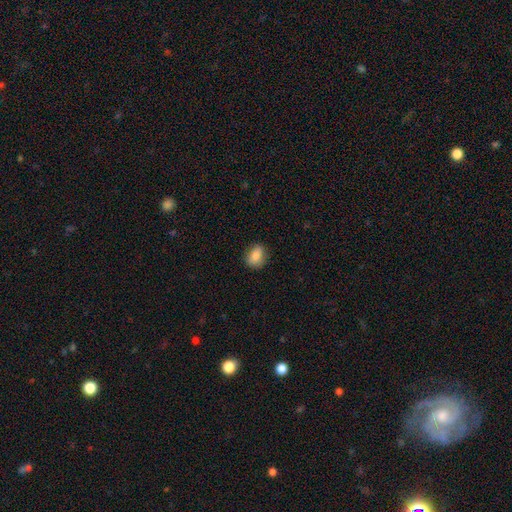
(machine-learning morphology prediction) Q: Smooth or featured?
A: smooth (83%); runner-up: featured or disk (9%)
Q: How rounded?
A: in between (59%); runner-up: round (39%)
Q: Merging?
A: none (83%); runner-up: minor disturbance (13%)